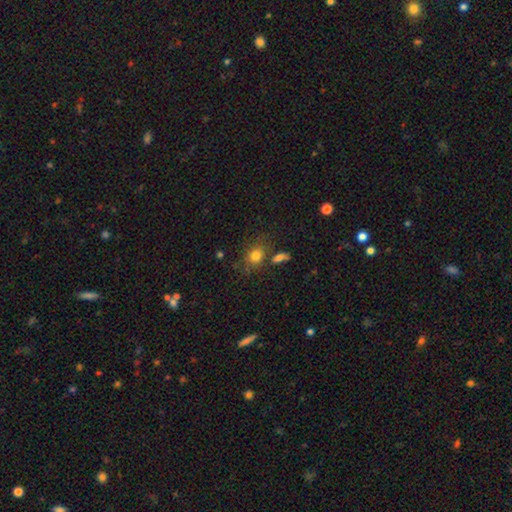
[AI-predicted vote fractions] smooth-or-featured: smooth: 79% | star or artifact: 12% | featured or disk: 9%
  how-rounded: round: 56% | in between: 42% | cigar-shaped: 2%
  merging: none: 65% | minor disturbance: 16% | merger: 13% | major disturbance: 6%